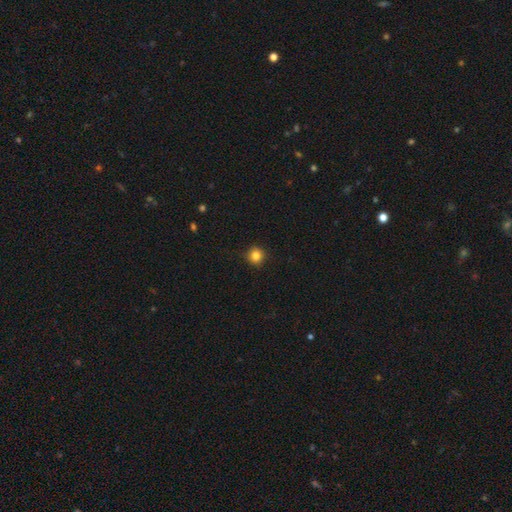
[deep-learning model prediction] Smooth or featured? Predicted: smooth (p=0.83). How rounded? Predicted: round (p=0.94). Merging? Predicted: none (p=0.92).